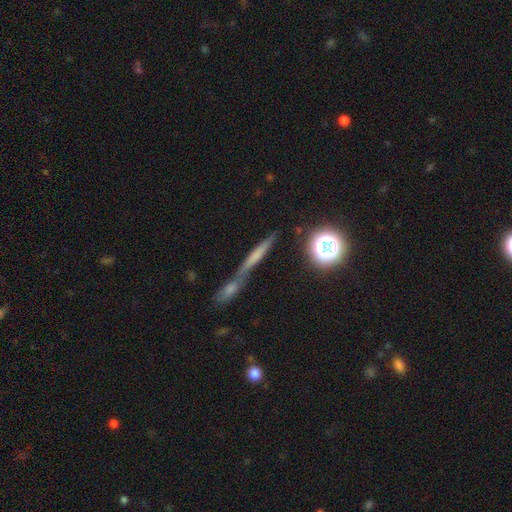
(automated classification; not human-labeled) A smooth galaxy with no disk features (42%).

Vote fractions:
- Smooth or featured? smooth: 42% / featured or disk: 36% / star or artifact: 22%
- Merging? none: 52% / merger: 28% / minor disturbance: 12% / major disturbance: 7%